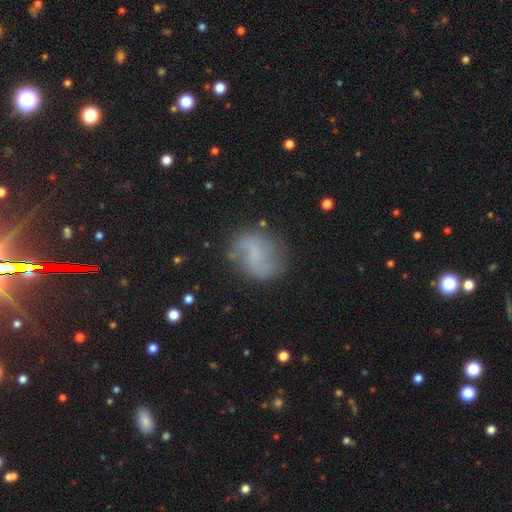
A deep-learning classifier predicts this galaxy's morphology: smooth_or_featured: featured or disk (p=0.54) [alt: smooth p=0.36]
disk_edge_on: no (p=0.97) [alt: yes p=0.03]
bar: no (p=0.46) [alt: weak p=0.41]
has_spiral_arms: yes (p=0.83) [alt: no p=0.17]
bulge_size: none (p=0.61) [alt: small p=0.27]
merging: none (p=0.72) [alt: minor disturbance p=0.18]